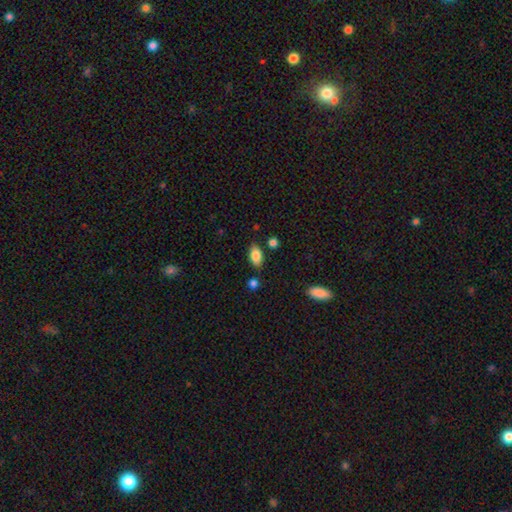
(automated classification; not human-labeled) Smooth or featured?
  - smooth: 85% *
  - star or artifact: 8%
  - featured or disk: 7%
How rounded?
  - in between: 91% *
  - round: 5%
  - cigar-shaped: 4%
Merging?
  - none: 80% *
  - minor disturbance: 13%
  - merger: 4%
  - major disturbance: 3%